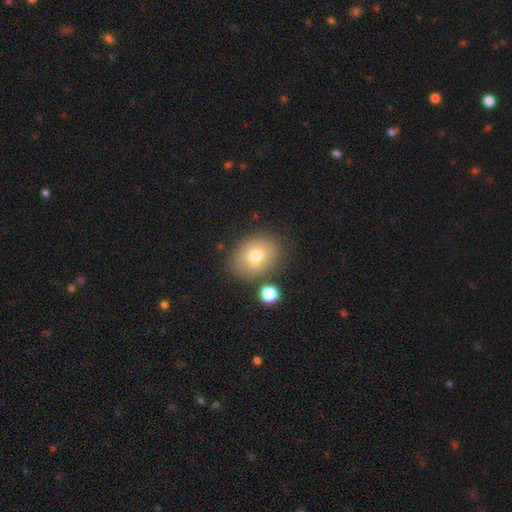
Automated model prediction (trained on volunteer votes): Smooth or featured: smooth — 69% (featured or disk — 22%)
How rounded: in between — 62% (round — 37%)
Merging: none — 65% (minor disturbance — 16%)